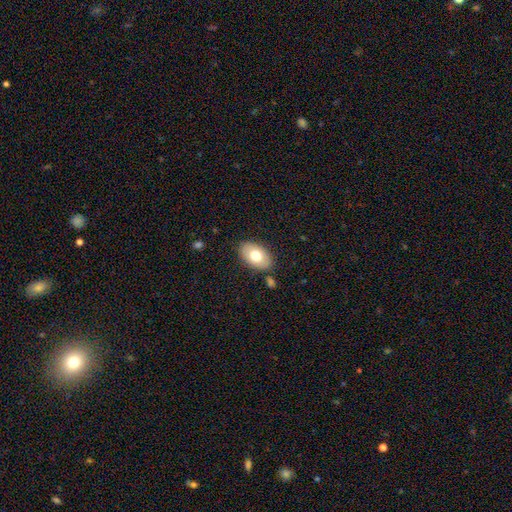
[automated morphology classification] A smooth galaxy with no disk features (74%) that is in between round and cigar-shaped (89%).

Vote fractions:
- Smooth or featured? smooth: 74% / featured or disk: 19% / star or artifact: 7%
- How rounded? in between: 89% / round: 10% / cigar-shaped: 1%
- Merging? none: 83% / minor disturbance: 11% / merger: 3% / major disturbance: 3%